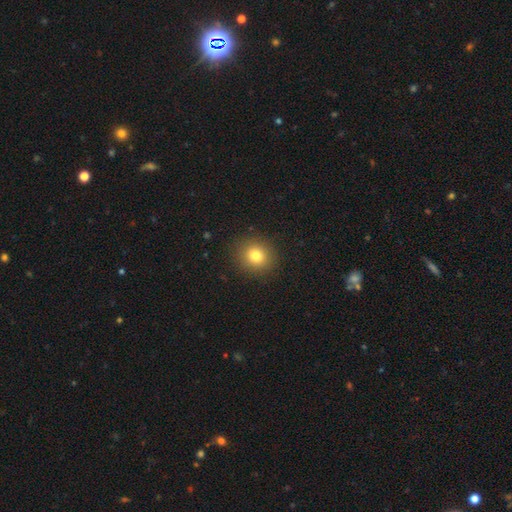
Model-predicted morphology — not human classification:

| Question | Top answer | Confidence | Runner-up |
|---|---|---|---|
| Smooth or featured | smooth | 79% | star or artifact (13%) |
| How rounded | round | 84% | in between (15%) |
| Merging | none | 90% | minor disturbance (6%) |